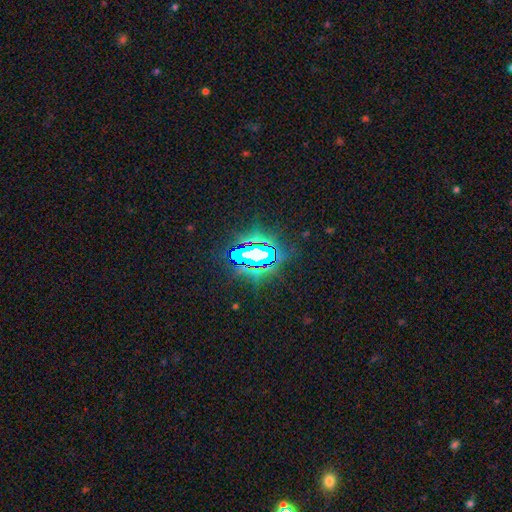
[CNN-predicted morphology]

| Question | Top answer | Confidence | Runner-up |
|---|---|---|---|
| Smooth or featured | star or artifact | 76% | smooth (13%) |